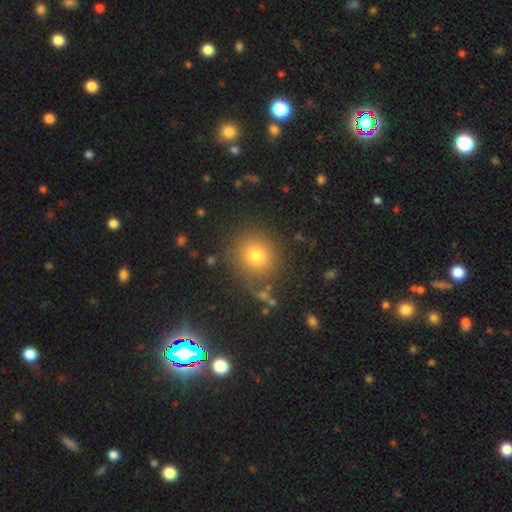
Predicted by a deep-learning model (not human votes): Smooth or featured? smooth (73%)
How rounded? round (89%)
Merging? none (85%)